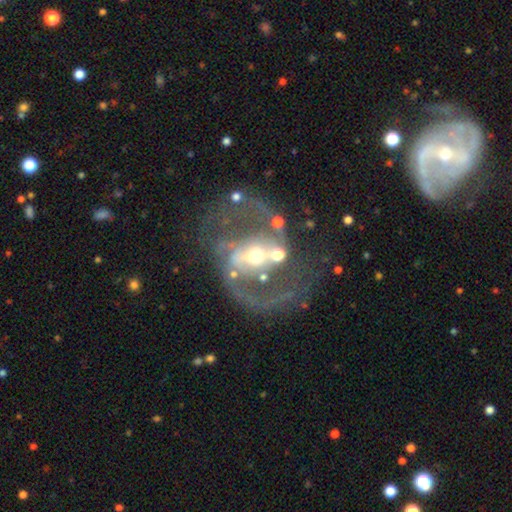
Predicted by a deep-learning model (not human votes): Smooth or featured?
  - featured or disk: 88% *
  - star or artifact: 7%
  - smooth: 5%
Edge-on disk?
  - no: 97% *
  - yes: 3%
Bar?
  - strong: 42% *
  - weak: 35%
  - no: 24%
Spiral arms?
  - yes: 92% *
  - no: 8%
Spiral winding?
  - medium: 56% *
  - loose: 29%
  - tight: 15%
Spiral arm count?
  - 2: 90% *
  - can't tell: 3%
  - 1: 2%
  - 3: 2%
  - 4: 1%
  - more than 4: 1%
Bulge size?
  - moderate: 53% *
  - small: 40%
  - large: 5%
  - none: 1%
  - dominant: 1%
Merging?
  - none: 63% *
  - minor disturbance: 16%
  - major disturbance: 14%
  - merger: 6%